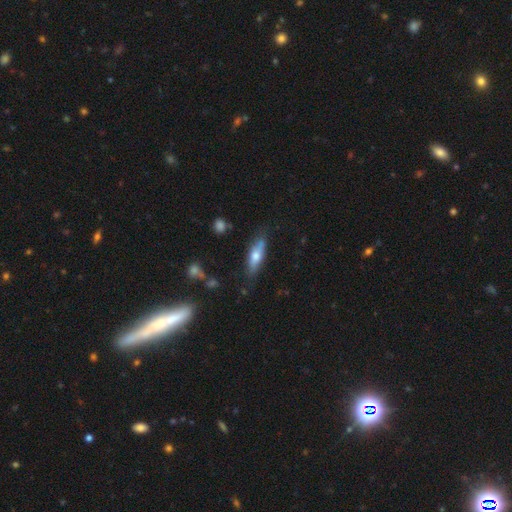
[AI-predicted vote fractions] Smooth or featured? smooth (59%)
How rounded? cigar-shaped (56%)
Merging? none (77%)